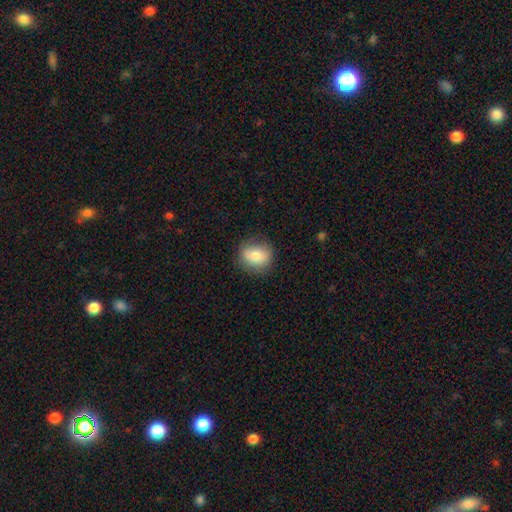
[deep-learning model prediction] smooth_or_featured: smooth (p=0.77) [alt: featured or disk p=0.15]
how_rounded: round (p=0.58) [alt: in between p=0.40]
merging: none (p=0.81) [alt: minor disturbance p=0.14]